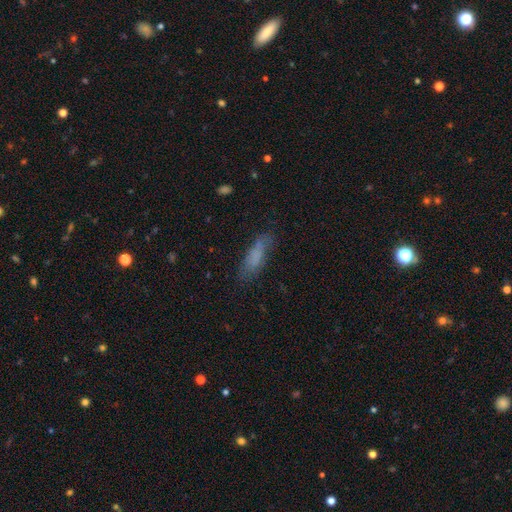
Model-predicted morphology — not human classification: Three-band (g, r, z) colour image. It shows a smooth galaxy with no disk features (71%) that is in between round and cigar-shaped (52%). Merging: none (67%).